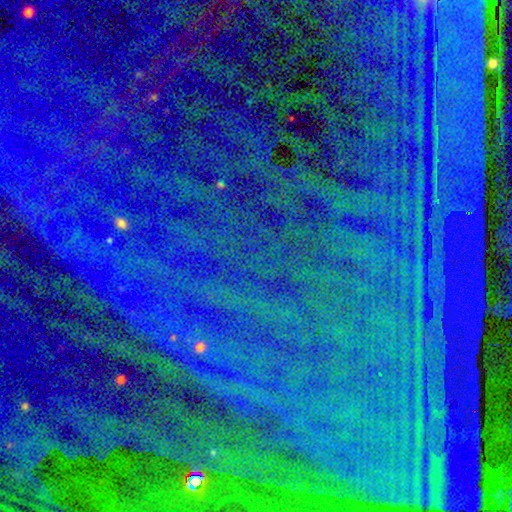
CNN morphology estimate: Q: Smooth or featured?
A: star or artifact (87%); runner-up: smooth (7%)